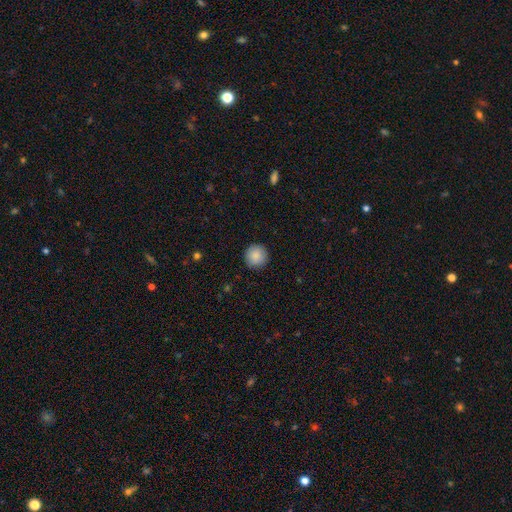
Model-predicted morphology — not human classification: The model was most divided on "smooth or featured": smooth: 88%, star or artifact: 8%, featured or disk: 4%. More confident: how rounded — round (96%); merging — none (92%).